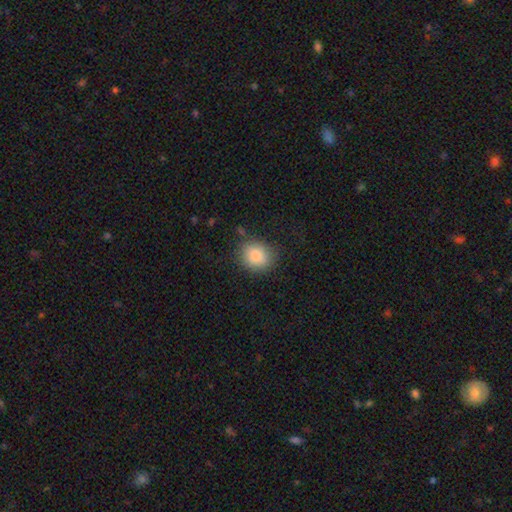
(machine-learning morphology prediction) Overall: smooth (86%). How rounded: round (70%). Merging: none (79%).